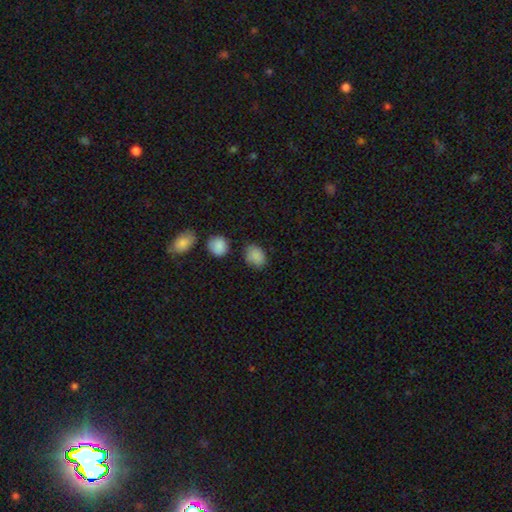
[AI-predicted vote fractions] Smooth or featured? Predicted: smooth (p=0.85). How rounded? Predicted: in between (p=0.63). Merging? Predicted: none (p=0.71).